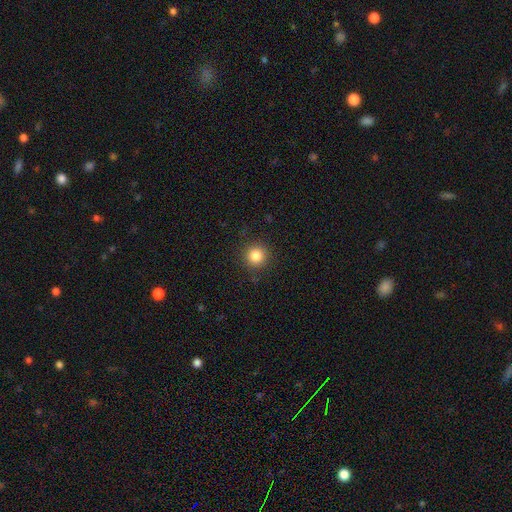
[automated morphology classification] Smooth or featured: smooth — 83% (star or artifact — 12%)
How rounded: round — 95% (in between — 5%)
Merging: none — 90% (minor disturbance — 7%)